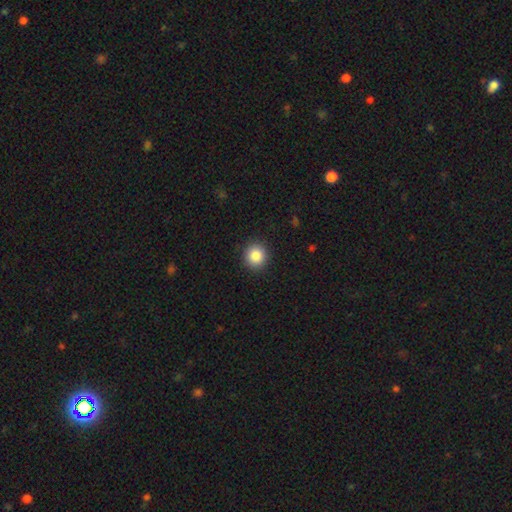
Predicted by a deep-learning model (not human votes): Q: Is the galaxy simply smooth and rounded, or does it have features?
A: smooth — 86%.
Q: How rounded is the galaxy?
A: round — 91%.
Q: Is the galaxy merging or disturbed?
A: none — 91%.